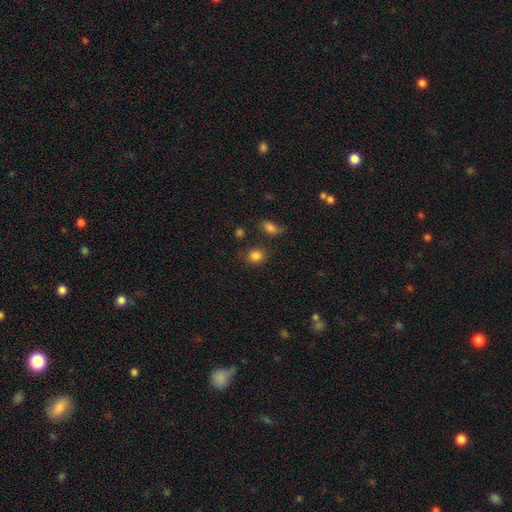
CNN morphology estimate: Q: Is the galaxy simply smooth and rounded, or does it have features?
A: smooth — 84%.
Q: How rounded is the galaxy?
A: round — 71%.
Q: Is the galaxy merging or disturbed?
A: none — 75%.